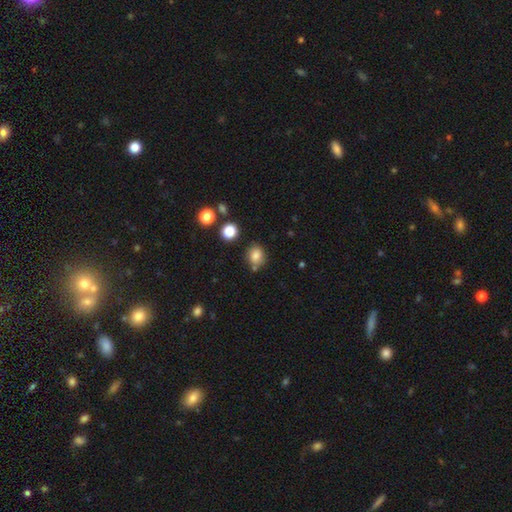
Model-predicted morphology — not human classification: Overall: smooth (81%). How rounded: round (65%; in between 34%). Merging: none (73%).